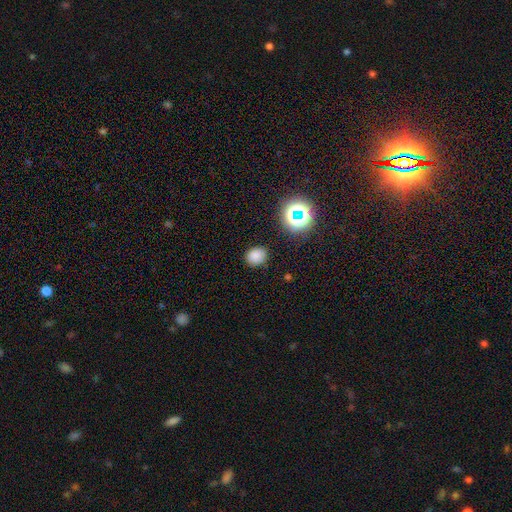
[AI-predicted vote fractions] smooth_or_featured: smooth (p=0.78) [alt: star or artifact p=0.17]
how_rounded: round (p=0.65) [alt: in between p=0.35]
merging: none (p=0.85) [alt: minor disturbance p=0.11]